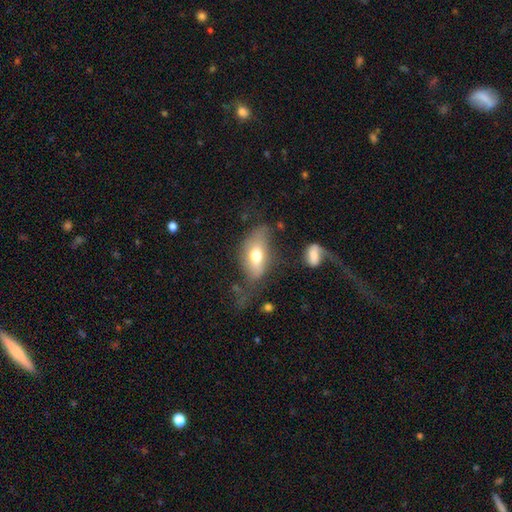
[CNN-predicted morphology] Overall: smooth (65%; featured or disk 27%). How rounded: in between (86%). Merging: none (42%; minor disturbance 29%).